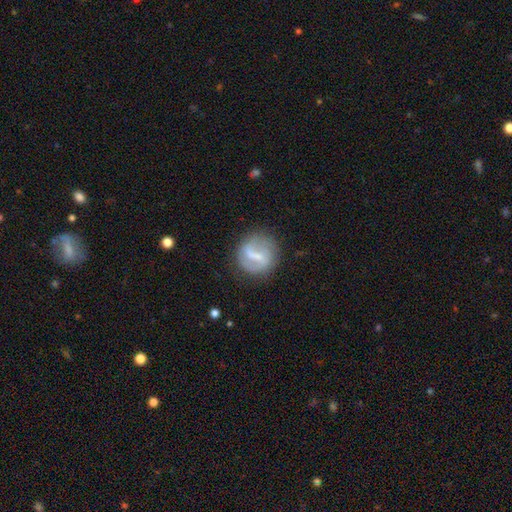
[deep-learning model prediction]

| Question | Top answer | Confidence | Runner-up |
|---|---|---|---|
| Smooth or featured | featured or disk | 67% | smooth (26%) |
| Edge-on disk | no | 97% | yes (3%) |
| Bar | strong | 44% | tied: weak (44%) |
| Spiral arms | yes | 73% | no (27%) |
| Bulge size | small | 45% | none (28%) |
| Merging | none | 74% | minor disturbance (16%) |